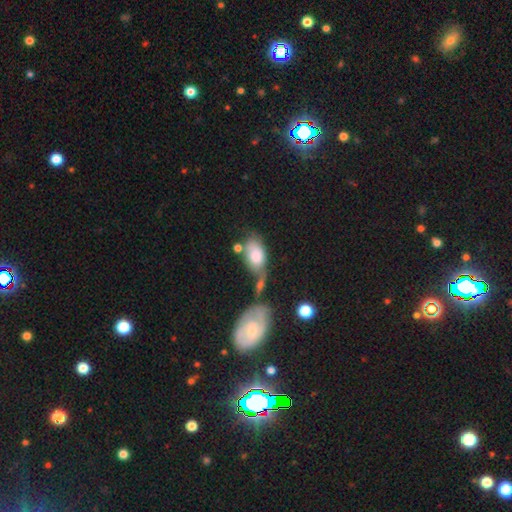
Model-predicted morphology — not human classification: Smooth or featured? Predicted: smooth (p=0.72). How rounded? Predicted: in between (p=0.91). Merging? Predicted: merger (p=0.37).